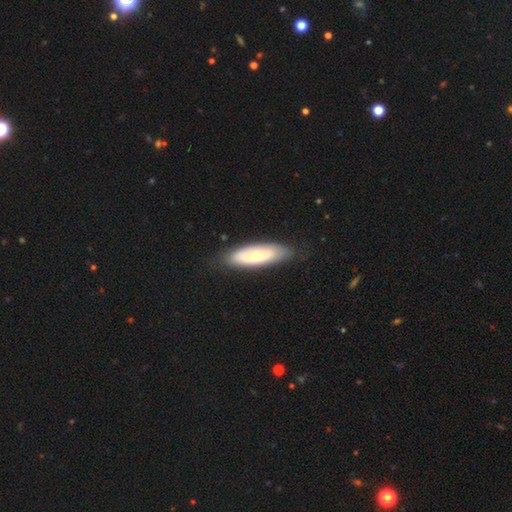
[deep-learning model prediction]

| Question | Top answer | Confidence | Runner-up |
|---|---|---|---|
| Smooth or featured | smooth | 56% | featured or disk (39%) |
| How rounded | in between | 62% | cigar-shaped (36%) |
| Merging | none | 81% | minor disturbance (14%) |